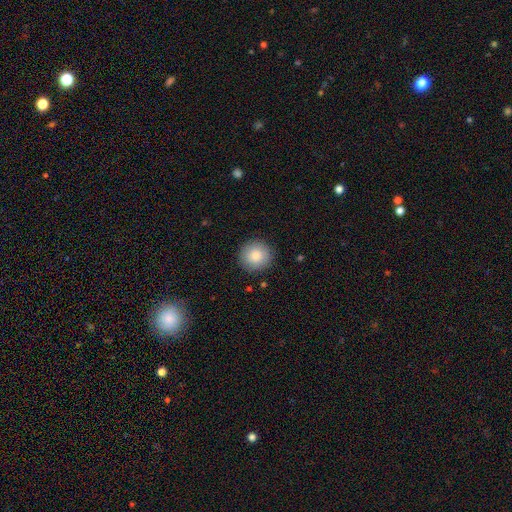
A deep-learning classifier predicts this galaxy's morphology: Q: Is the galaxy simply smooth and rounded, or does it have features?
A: smooth — 83%.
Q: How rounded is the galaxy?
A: round — 94%.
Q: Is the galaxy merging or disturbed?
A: none — 90%.